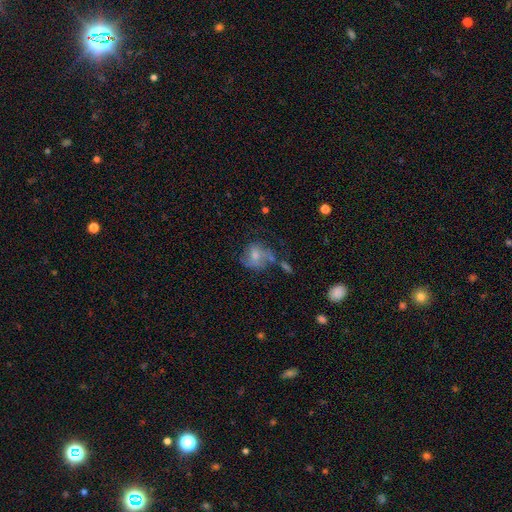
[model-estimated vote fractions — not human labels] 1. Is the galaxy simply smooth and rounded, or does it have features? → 59% smooth, 32% featured or disk, 9% star or artifact.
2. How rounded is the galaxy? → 65% round, 34% in between, 1% cigar-shaped.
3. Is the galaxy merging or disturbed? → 41% none, 26% minor disturbance, 21% major disturbance, 12% merger.